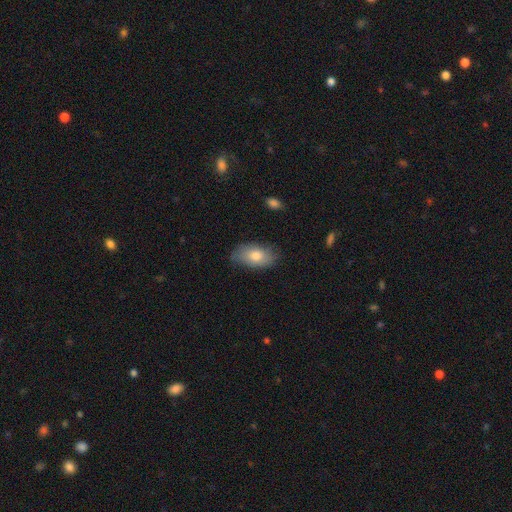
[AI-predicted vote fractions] Q: Smooth or featured?
A: smooth (76%); runner-up: featured or disk (18%)
Q: How rounded?
A: in between (93%); runner-up: round (5%)
Q: Merging?
A: none (76%); runner-up: minor disturbance (19%)